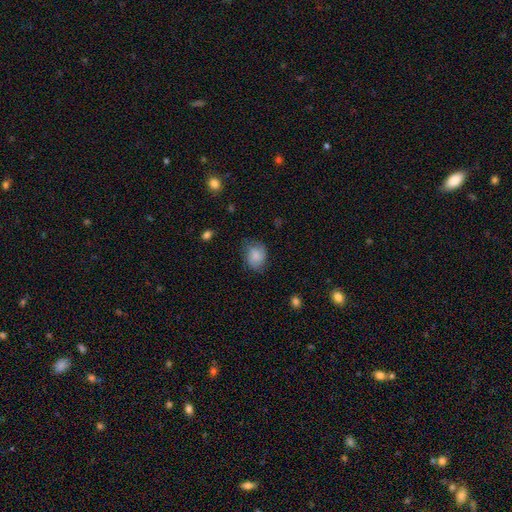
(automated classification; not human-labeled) Morphology: type=smooth (74%); roundness=in between (55%); merging=none (64%).